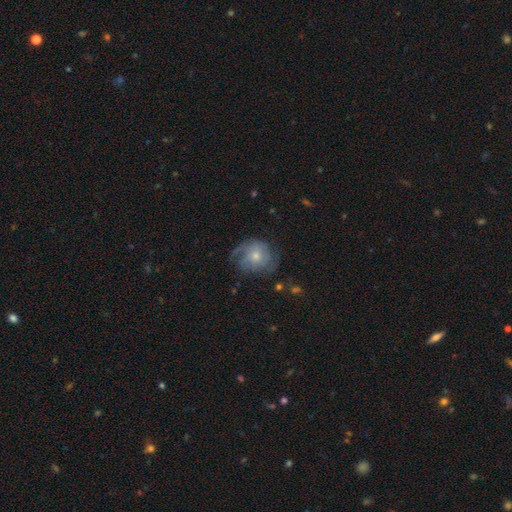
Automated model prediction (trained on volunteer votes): The model was most divided on "bulge size": small: 57%, moderate: 37%, large: 3%, none: 2%, dominant: 1%. More confident: edge-on disk — no (97%); spiral arms — yes (82%); bar — no (79%); smooth or featured — featured or disk (61%); merging — none (54%).